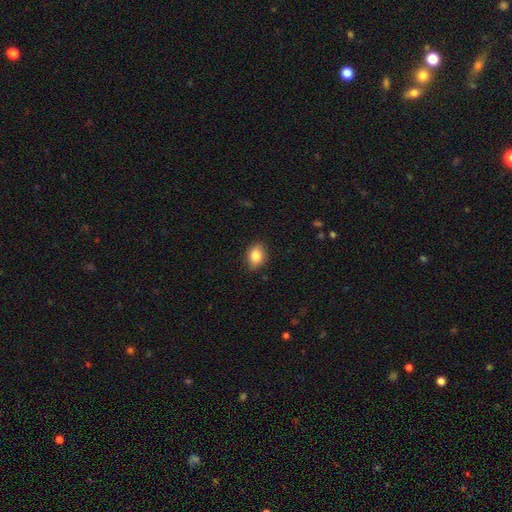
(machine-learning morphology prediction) Smooth or featured? smooth (84%)
How rounded? in between (72%)
Merging? none (84%)